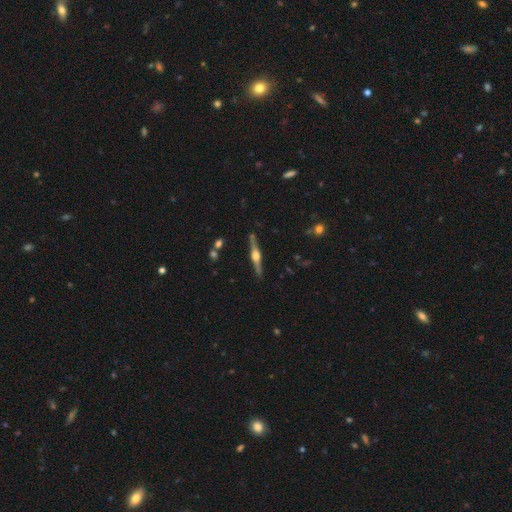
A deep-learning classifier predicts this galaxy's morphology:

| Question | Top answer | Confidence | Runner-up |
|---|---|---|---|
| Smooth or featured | featured or disk | 83% | smooth (11%) |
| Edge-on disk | yes | 98% | no (2%) |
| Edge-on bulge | rounded | 93% | boxy (6%) |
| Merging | none | 89% | minor disturbance (7%) |